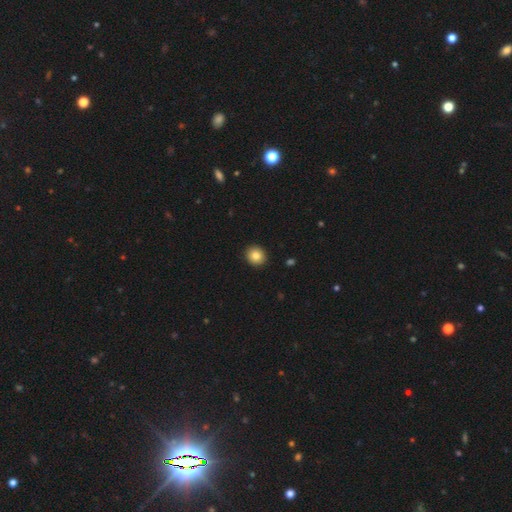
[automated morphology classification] Smooth or featured? smooth (84%)
How rounded? round (81%)
Merging? none (92%)